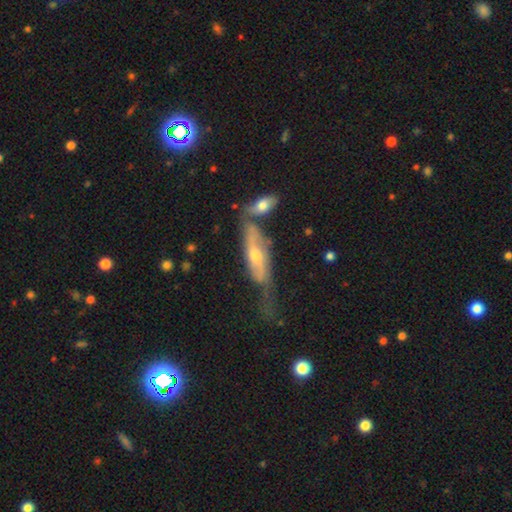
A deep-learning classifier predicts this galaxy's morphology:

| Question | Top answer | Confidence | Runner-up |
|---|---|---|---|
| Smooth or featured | featured or disk | 67% | smooth (24%) |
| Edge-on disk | yes | 55% | no (45%) |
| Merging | none | 40% | minor disturbance (26%) |